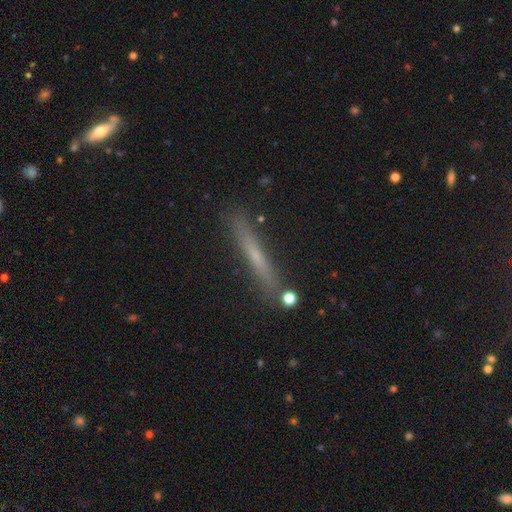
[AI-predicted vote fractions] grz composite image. It shows a featured or disk galaxy (47%). Merging: none (85%).